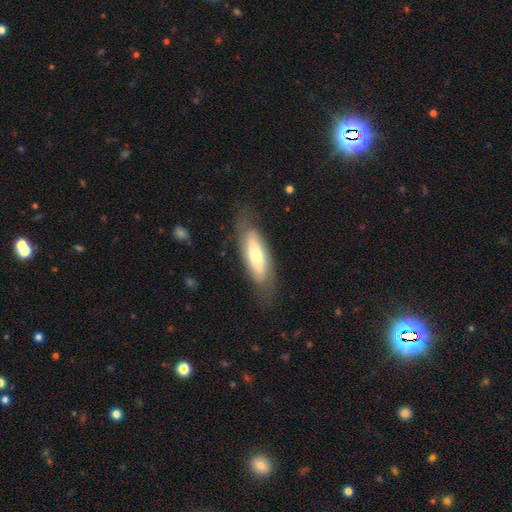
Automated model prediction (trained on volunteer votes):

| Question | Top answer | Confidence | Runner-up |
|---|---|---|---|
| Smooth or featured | smooth | 49% | featured or disk (45%) |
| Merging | none | 74% | minor disturbance (18%) |